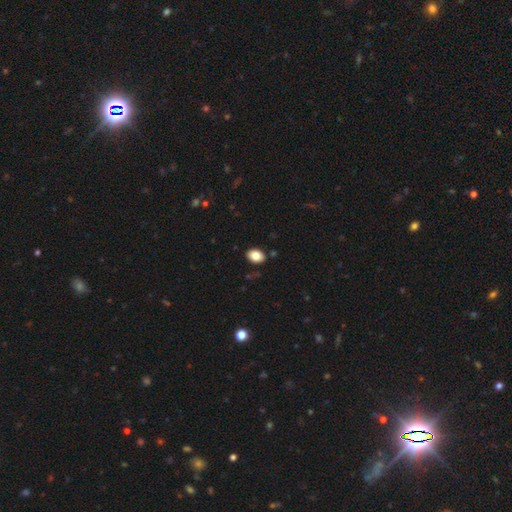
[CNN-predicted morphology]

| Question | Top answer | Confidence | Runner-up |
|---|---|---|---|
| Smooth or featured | smooth | 83% | star or artifact (9%) |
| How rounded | in between | 76% | round (23%) |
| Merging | none | 88% | minor disturbance (8%) |